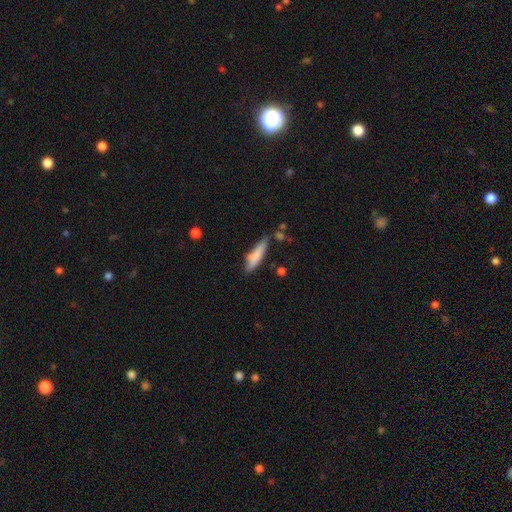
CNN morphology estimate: A smooth galaxy with no disk features (78%) that is cigar-shaped (72%).

Vote fractions:
- Smooth or featured? smooth: 78% / featured or disk: 16% / star or artifact: 6%
- How rounded? cigar-shaped: 72% / in between: 26% / round: 2%
- Merging? none: 66% / minor disturbance: 23% / merger: 6% / major disturbance: 5%